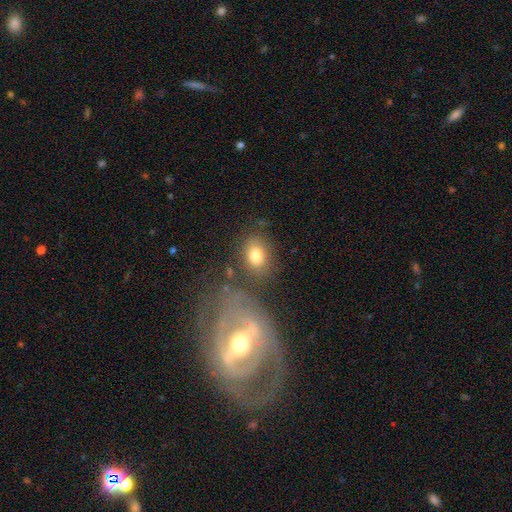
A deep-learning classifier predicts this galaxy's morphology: type=smooth (78%); roundness=in between (75%); merging=none (71%).